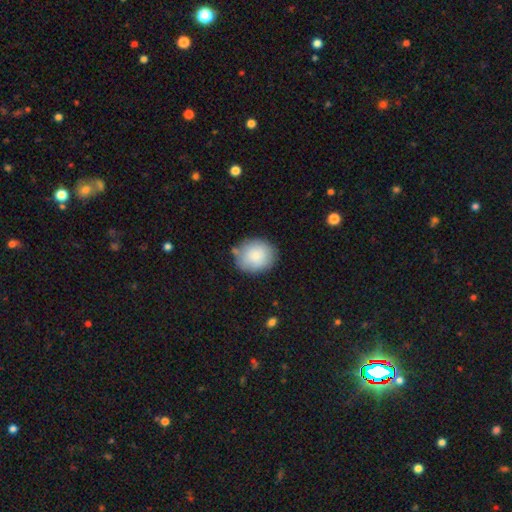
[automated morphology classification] Smooth or featured?
  - smooth: 85% *
  - featured or disk: 9%
  - star or artifact: 6%
How rounded?
  - round: 65% *
  - in between: 34%
  - cigar-shaped: 1%
Merging?
  - none: 74% *
  - minor disturbance: 18%
  - merger: 5%
  - major disturbance: 4%